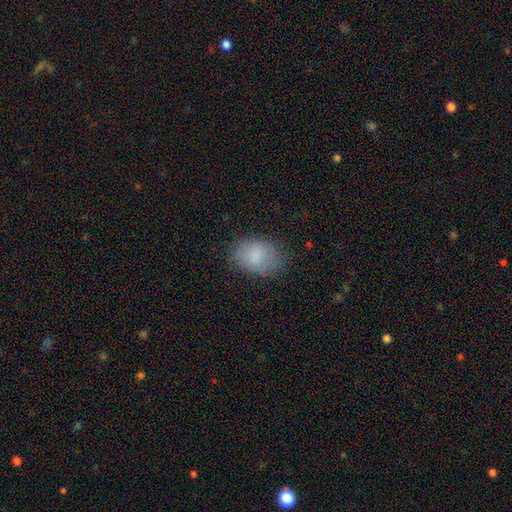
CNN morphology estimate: A smooth galaxy with no disk features (81%) that is in between round and cigar-shaped (81%).

Vote fractions:
- Smooth or featured? smooth: 81% / featured or disk: 11% / star or artifact: 8%
- How rounded? in between: 81% / round: 18% / cigar-shaped: 1%
- Merging? none: 74% / minor disturbance: 19% / major disturbance: 6% / merger: 1%